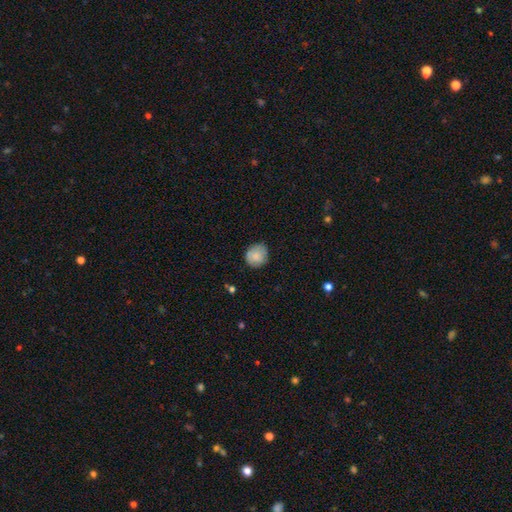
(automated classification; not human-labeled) Smooth or featured?
  - smooth: 82% *
  - featured or disk: 11%
  - star or artifact: 7%
How rounded?
  - round: 82% *
  - in between: 17%
  - cigar-shaped: 1%
Merging?
  - none: 78% *
  - minor disturbance: 18%
  - major disturbance: 3%
  - merger: 1%